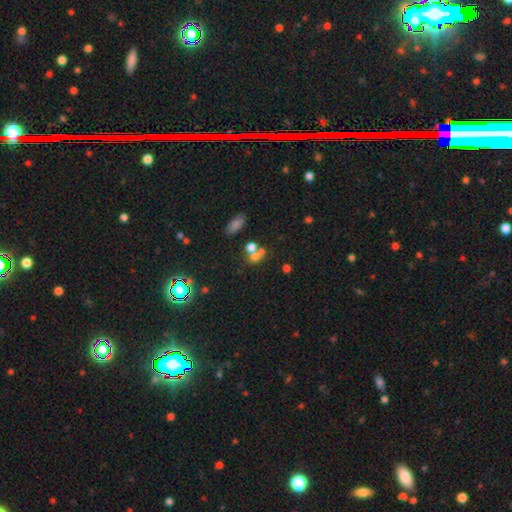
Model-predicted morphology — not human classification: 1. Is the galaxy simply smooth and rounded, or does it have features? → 59% smooth, 21% star or artifact, 20% featured or disk.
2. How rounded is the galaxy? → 66% round, 32% in between, 2% cigar-shaped.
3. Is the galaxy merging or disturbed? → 53% merger, 34% none, 8% minor disturbance, 5% major disturbance.